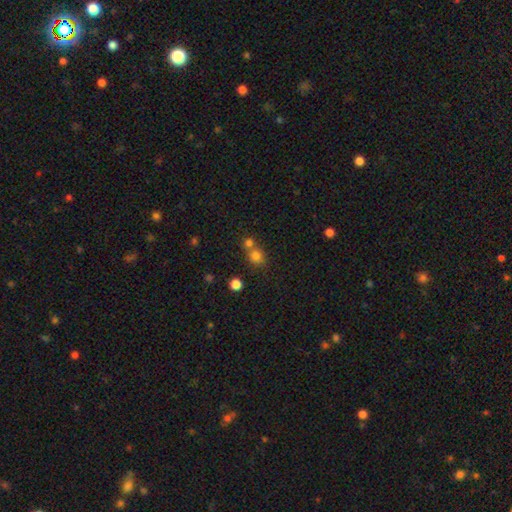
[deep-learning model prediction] Smooth or featured? Predicted: smooth (p=0.78). How rounded? Predicted: round (p=0.82). Merging? Predicted: none (p=0.55).